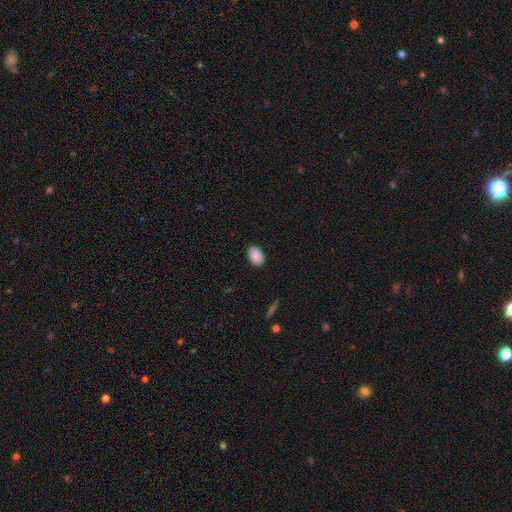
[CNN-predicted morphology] Smooth or featured?
  - smooth: 90% *
  - star or artifact: 7%
  - featured or disk: 3%
How rounded?
  - in between: 90% *
  - round: 9%
  - cigar-shaped: 1%
Merging?
  - none: 87% *
  - minor disturbance: 10%
  - major disturbance: 2%
  - merger: 1%